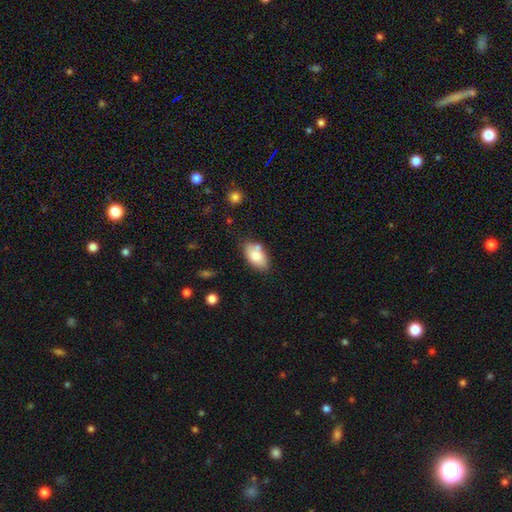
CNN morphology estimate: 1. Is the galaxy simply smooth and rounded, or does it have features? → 78% smooth, 14% featured or disk, 7% star or artifact.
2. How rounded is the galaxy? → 93% in between, 4% round, 2% cigar-shaped.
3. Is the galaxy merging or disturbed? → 71% none, 16% minor disturbance, 10% merger, 3% major disturbance.